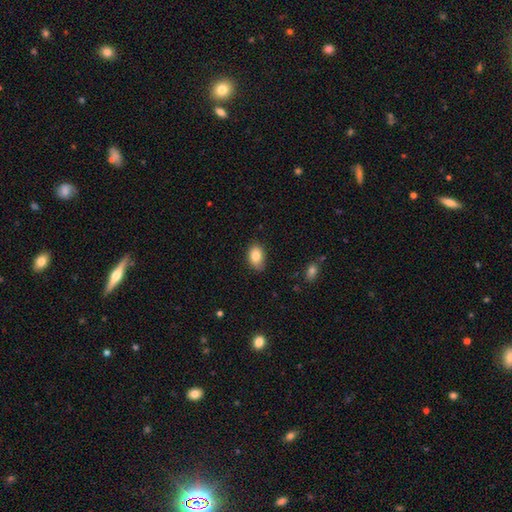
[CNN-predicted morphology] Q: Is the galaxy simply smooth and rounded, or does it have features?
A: smooth — 84%.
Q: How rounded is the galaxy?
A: in between — 87%.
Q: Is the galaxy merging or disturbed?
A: none — 77%.